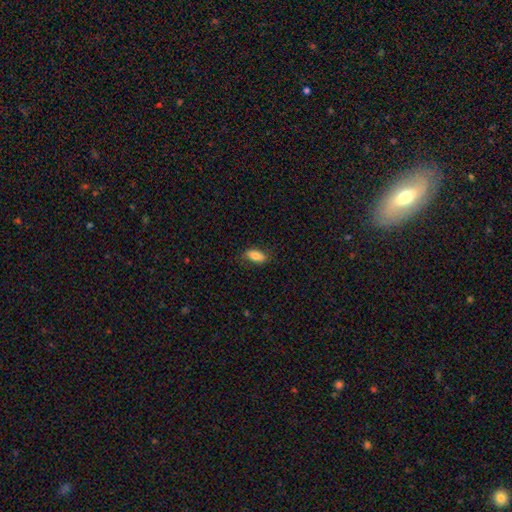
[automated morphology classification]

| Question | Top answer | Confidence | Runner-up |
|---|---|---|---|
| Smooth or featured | smooth | 82% | featured or disk (11%) |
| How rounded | in between | 86% | cigar-shaped (11%) |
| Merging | none | 78% | minor disturbance (17%) |